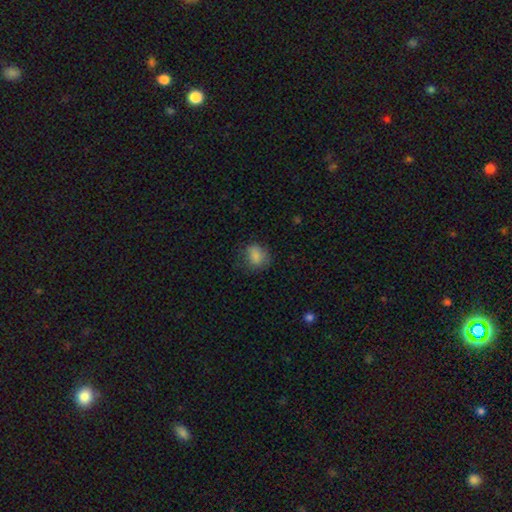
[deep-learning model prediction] This appears to be a smooth galaxy with no disk features (82%) that is round (56%). Merging: none (66%).